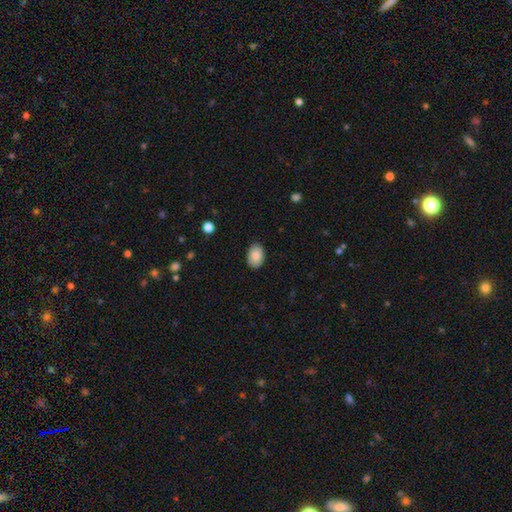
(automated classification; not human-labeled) Smooth or featured?
  - smooth: 88% *
  - star or artifact: 7%
  - featured or disk: 5%
How rounded?
  - in between: 87% *
  - round: 12%
  - cigar-shaped: 1%
Merging?
  - none: 87% *
  - minor disturbance: 10%
  - major disturbance: 2%
  - merger: 1%